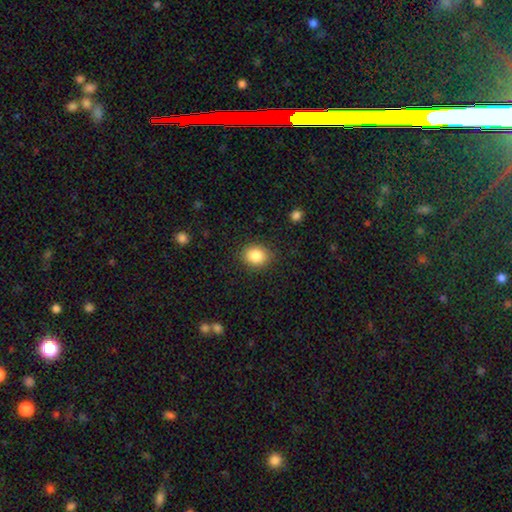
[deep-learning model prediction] Q: Smooth or featured?
A: smooth (86%); runner-up: star or artifact (9%)
Q: How rounded?
A: round (55%); runner-up: in between (44%)
Q: Merging?
A: none (86%); runner-up: minor disturbance (10%)